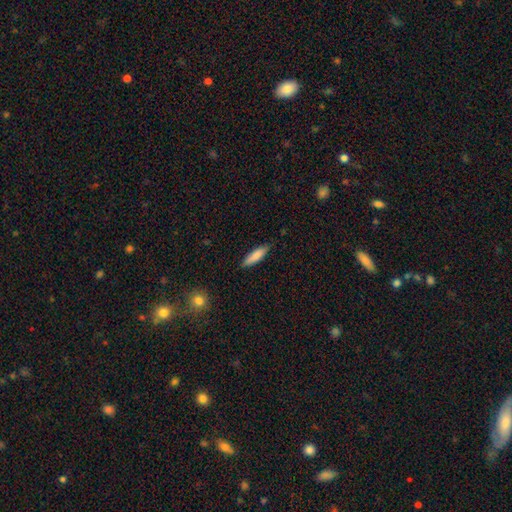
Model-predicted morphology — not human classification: smooth_or_featured: smooth (p=0.84) [alt: featured or disk p=0.10]
how_rounded: cigar-shaped (p=0.69) [alt: in between p=0.30]
merging: none (p=0.84) [alt: minor disturbance p=0.13]